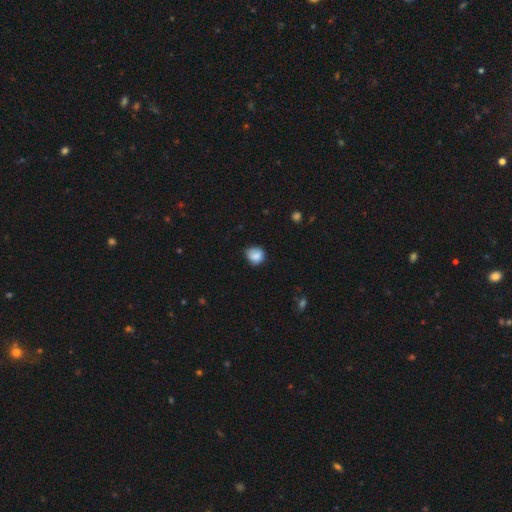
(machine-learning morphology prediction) A smooth galaxy with no disk features (84%) that is round (75%). Merging: none (67%).